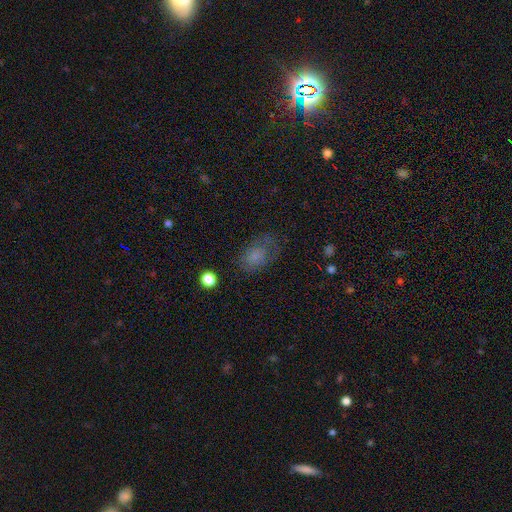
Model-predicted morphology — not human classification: Smooth or featured: smooth — 67% (featured or disk — 21%)
How rounded: in between — 84% (round — 14%)
Merging: none — 55% (minor disturbance — 25%)